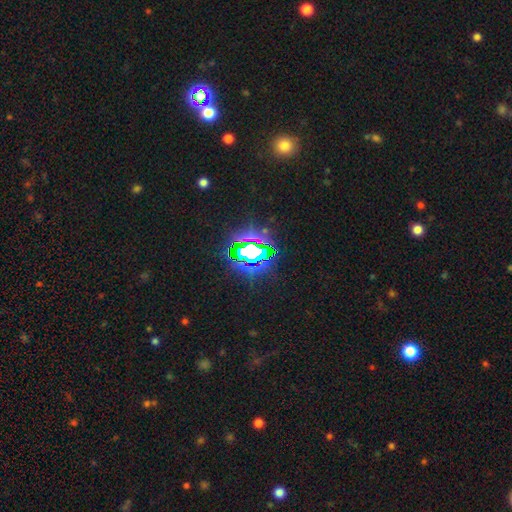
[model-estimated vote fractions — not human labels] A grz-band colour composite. It shows a star or artifact, not a galaxy (72%).